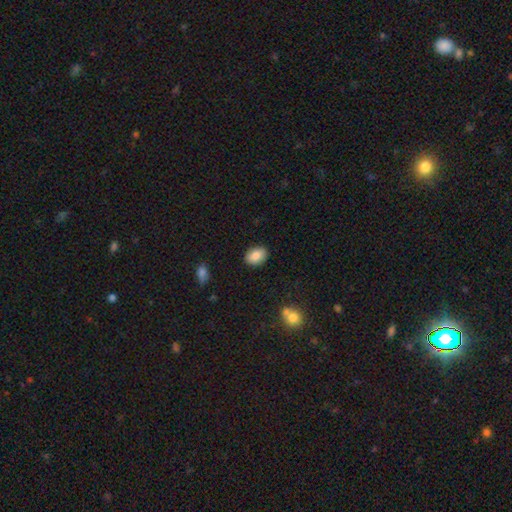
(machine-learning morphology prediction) type=smooth (87%); roundness=in between (79%); merging=none (87%).